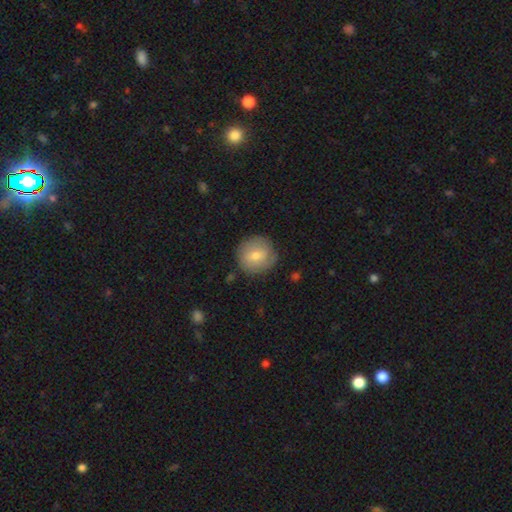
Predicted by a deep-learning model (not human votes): A smooth galaxy with no disk features (66%) that is round (91%). Merging: none (81%).